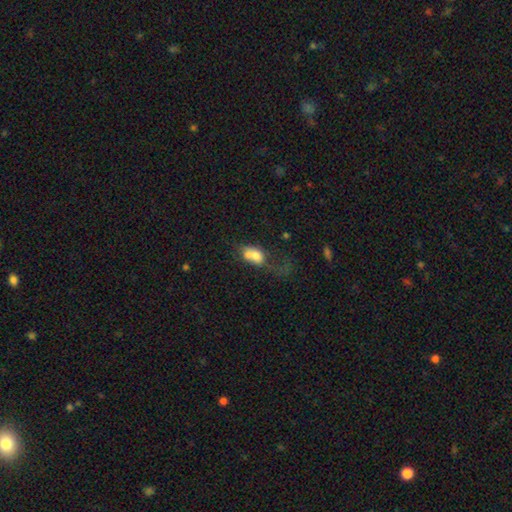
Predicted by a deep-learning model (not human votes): A smooth galaxy with no disk features (66%) that is in between round and cigar-shaped (75%).

Vote fractions:
- Smooth or featured? smooth: 66% / featured or disk: 24% / star or artifact: 11%
- How rounded? in between: 75% / round: 22% / cigar-shaped: 3%
- Merging? merger: 44% / major disturbance: 26% / none: 17% / minor disturbance: 13%